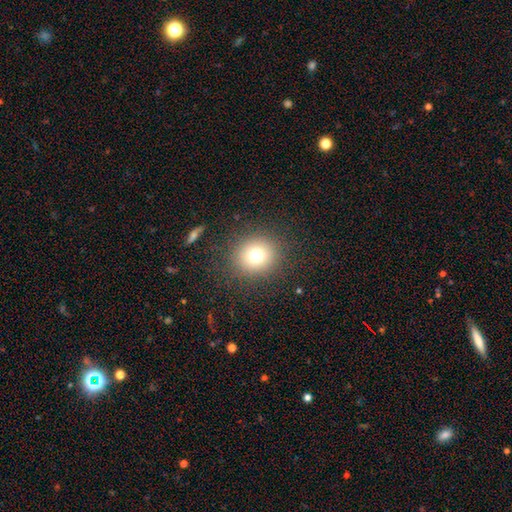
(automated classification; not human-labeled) Smooth or featured? Predicted: smooth (p=0.73). How rounded? Predicted: round (p=0.86). Merging? Predicted: none (p=0.88).